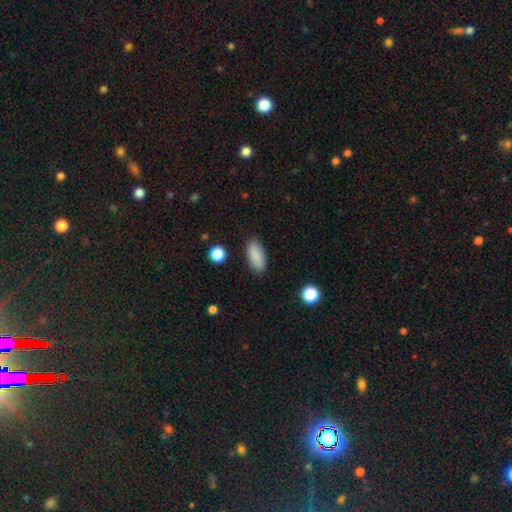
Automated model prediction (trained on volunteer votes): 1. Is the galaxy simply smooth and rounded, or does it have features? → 88% smooth, 7% star or artifact, 5% featured or disk.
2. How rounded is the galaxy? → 85% in between, 13% cigar-shaped, 2% round.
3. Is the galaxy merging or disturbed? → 87% none, 9% minor disturbance, 2% major disturbance, 1% merger.